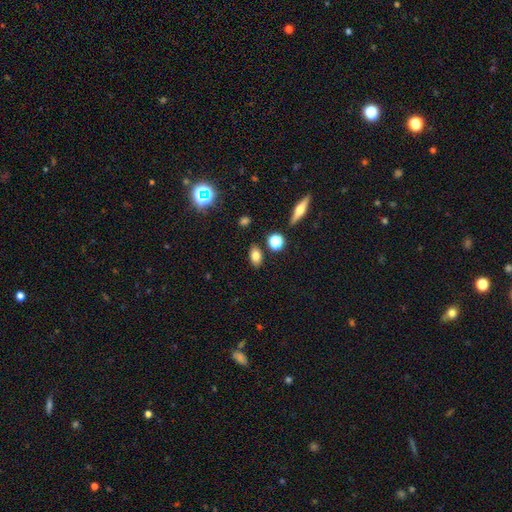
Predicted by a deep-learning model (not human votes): A smooth galaxy with no disk features (77%) that is in between round and cigar-shaped (80%).

Vote fractions:
- Smooth or featured? smooth: 77% / star or artifact: 12% / featured or disk: 11%
- How rounded? in between: 80% / round: 16% / cigar-shaped: 4%
- Merging? none: 84% / minor disturbance: 9% / merger: 4% / major disturbance: 3%